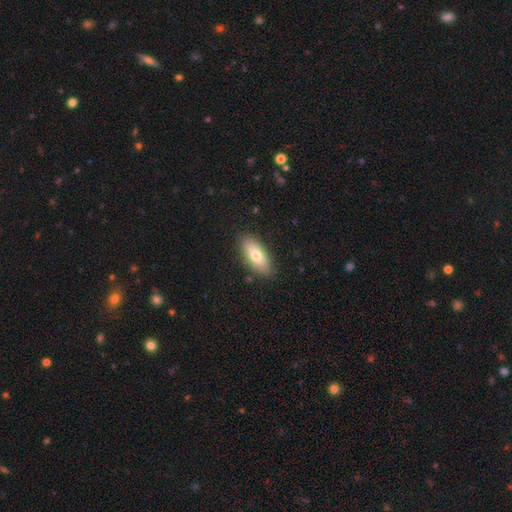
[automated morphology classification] smooth_or_featured: smooth (p=0.74) [alt: featured or disk p=0.19]
how_rounded: in between (p=0.84) [alt: cigar-shaped p=0.14]
merging: none (p=0.85) [alt: minor disturbance p=0.11]